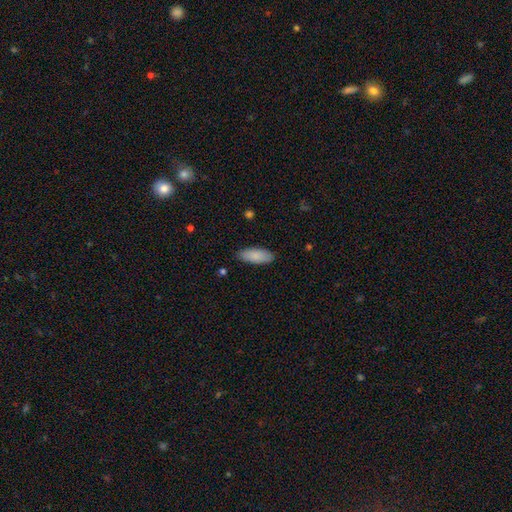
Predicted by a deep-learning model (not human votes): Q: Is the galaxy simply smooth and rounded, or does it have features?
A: smooth — 88%.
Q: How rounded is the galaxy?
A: in between — 78%.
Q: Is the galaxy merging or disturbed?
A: none — 87%.